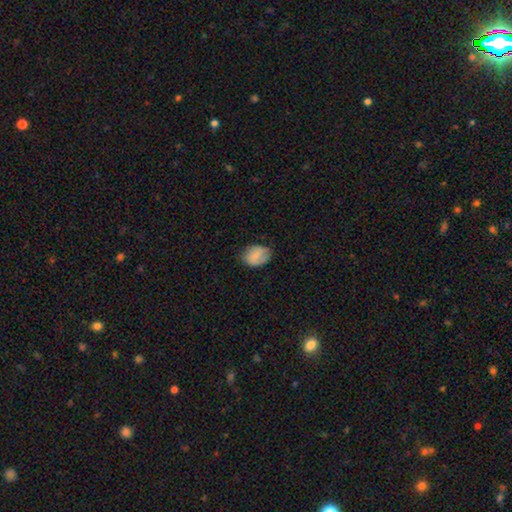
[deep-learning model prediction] smooth-or-featured: smooth: 77% | featured or disk: 16% | star or artifact: 7%
  how-rounded: in between: 67% | round: 32% | cigar-shaped: 1%
  merging: none: 68% | minor disturbance: 25% | major disturbance: 5% | merger: 1%